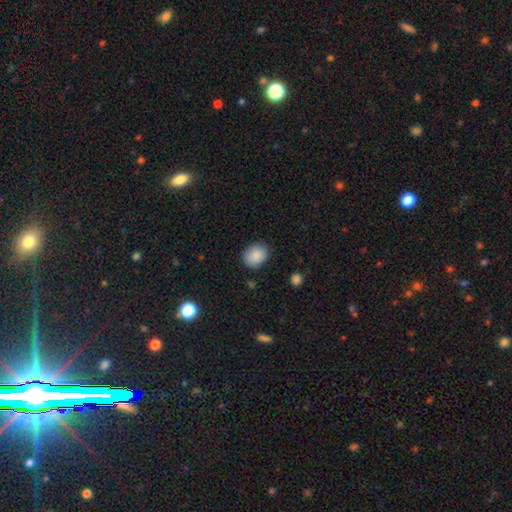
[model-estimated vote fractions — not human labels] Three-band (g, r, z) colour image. It shows a smooth galaxy with no disk features (88%) that is round (51%). Merging: none (83%).